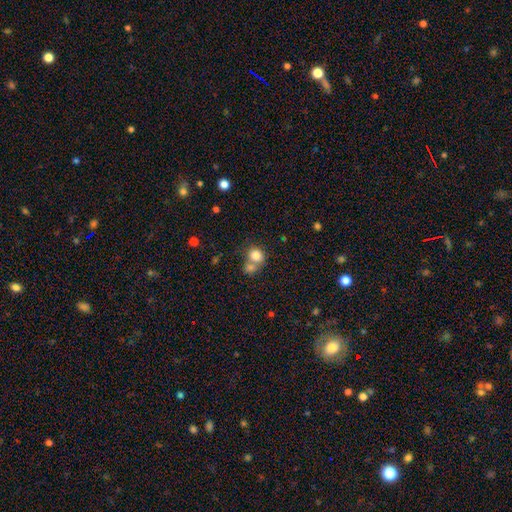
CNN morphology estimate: This is clearly a smooth galaxy (80%). How rounded: likely round (67%). Merging: possibly merger (46%).